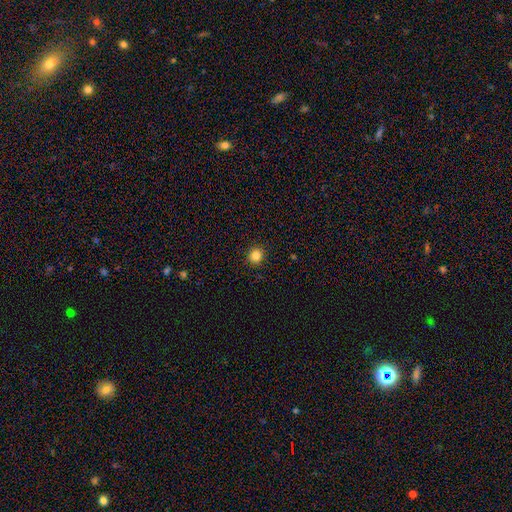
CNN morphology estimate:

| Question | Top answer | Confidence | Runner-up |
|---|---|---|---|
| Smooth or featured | smooth | 84% | star or artifact (12%) |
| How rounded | round | 91% | in between (8%) |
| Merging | none | 92% | minor disturbance (5%) |